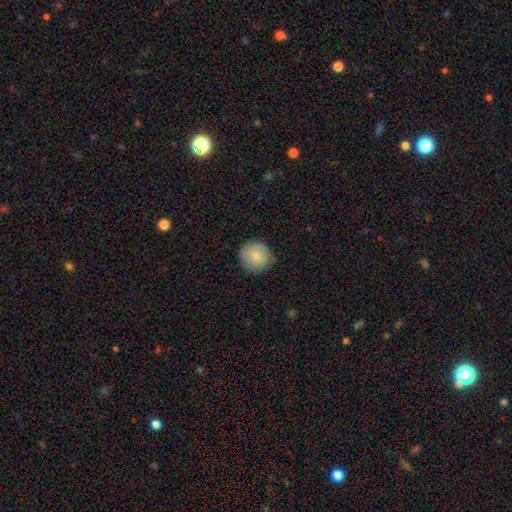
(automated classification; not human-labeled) Smooth or featured: smooth — 83% (featured or disk — 10%)
How rounded: round — 91% (in between — 8%)
Merging: none — 78% (minor disturbance — 18%)